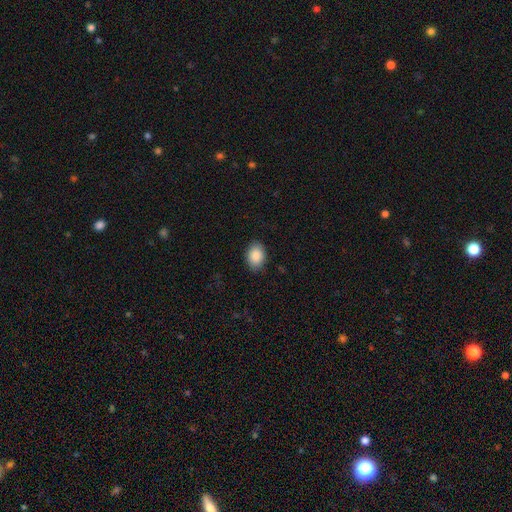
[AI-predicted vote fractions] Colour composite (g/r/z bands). It shows a smooth galaxy with no disk features (89%) that is in between round and cigar-shaped (79%). Merging: none (87%).